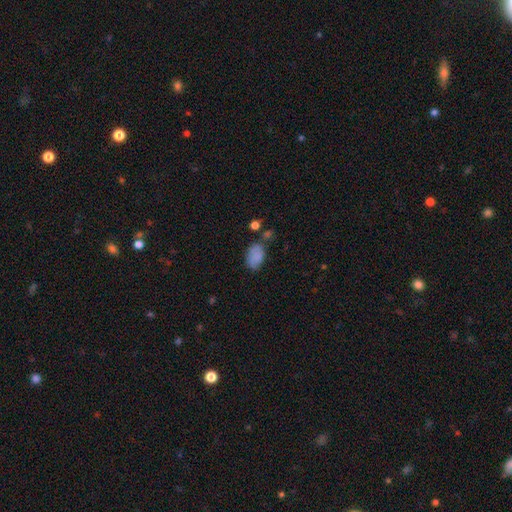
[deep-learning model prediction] Smooth or featured?
  - smooth: 83% *
  - star or artifact: 9%
  - featured or disk: 8%
How rounded?
  - in between: 90% *
  - round: 9%
  - cigar-shaped: 1%
Merging?
  - none: 61% *
  - minor disturbance: 24%
  - merger: 8%
  - major disturbance: 7%